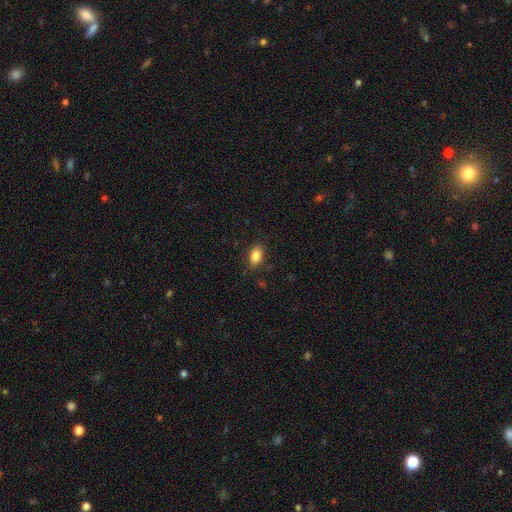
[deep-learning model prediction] Smooth or featured?
  - smooth: 86% *
  - star or artifact: 9%
  - featured or disk: 6%
How rounded?
  - in between: 87% *
  - round: 12%
  - cigar-shaped: 2%
Merging?
  - none: 85% *
  - minor disturbance: 11%
  - major disturbance: 3%
  - merger: 1%